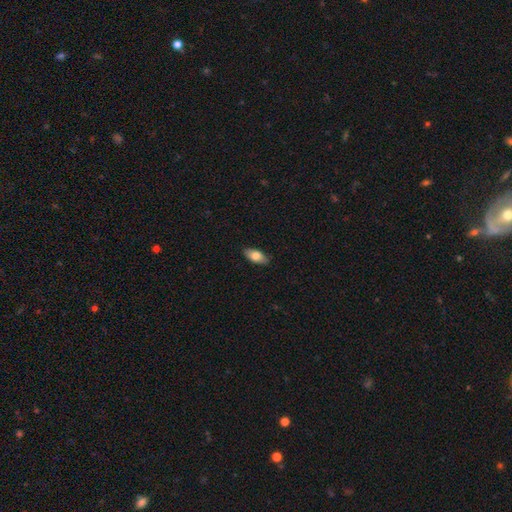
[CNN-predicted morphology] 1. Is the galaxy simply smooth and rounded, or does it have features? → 78% smooth, 16% featured or disk, 6% star or artifact.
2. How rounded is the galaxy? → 88% in between, 9% cigar-shaped, 3% round.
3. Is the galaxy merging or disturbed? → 86% none, 11% minor disturbance, 2% major disturbance, 1% merger.